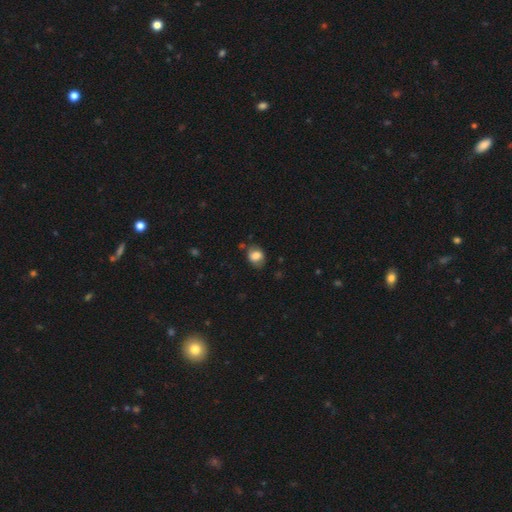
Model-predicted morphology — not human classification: A smooth galaxy with no disk features (78%) that is in between round and cigar-shaped (53%).

Vote fractions:
- Smooth or featured? smooth: 78% / featured or disk: 13% / star or artifact: 9%
- How rounded? in between: 53% / round: 46% / cigar-shaped: 1%
- Merging? none: 68% / minor disturbance: 22% / major disturbance: 7% / merger: 4%